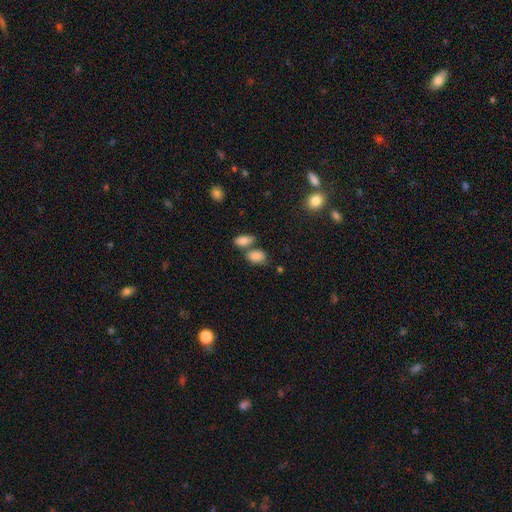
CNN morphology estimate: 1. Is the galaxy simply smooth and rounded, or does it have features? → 85% smooth, 9% star or artifact, 6% featured or disk.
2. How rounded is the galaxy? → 87% in between, 11% round, 2% cigar-shaped.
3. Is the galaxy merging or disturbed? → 48% none, 34% merger, 13% minor disturbance, 5% major disturbance.